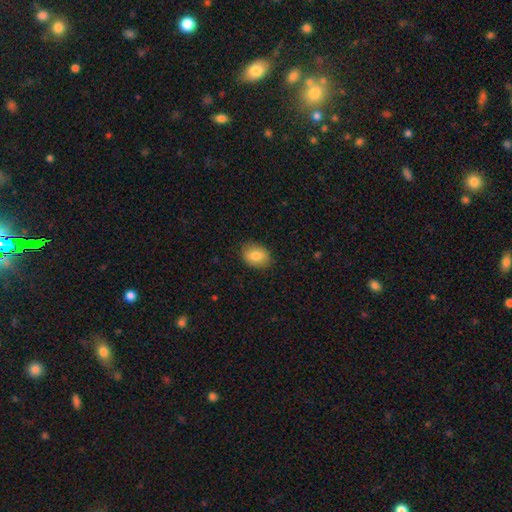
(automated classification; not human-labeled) Smooth or featured? Predicted: smooth (p=0.82). How rounded? Predicted: in between (p=0.67). Merging? Predicted: none (p=0.84).